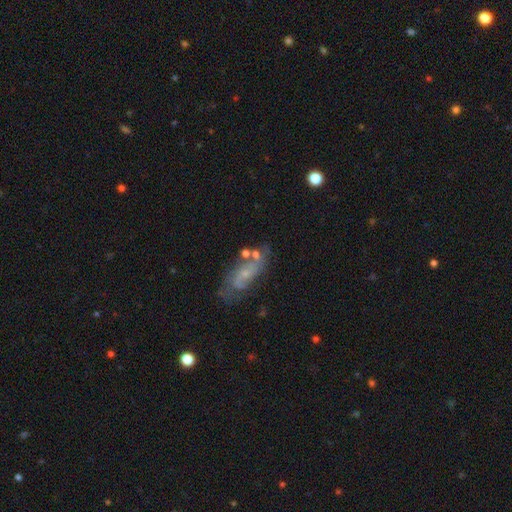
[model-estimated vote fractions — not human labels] Smooth or featured?
  - featured or disk: 68% *
  - smooth: 24%
  - star or artifact: 9%
Edge-on disk?
  - no: 91% *
  - yes: 9%
Bar?
  - no: 62% *
  - weak: 32%
  - strong: 6%
Spiral arms?
  - yes: 83% *
  - no: 17%
Spiral winding?
  - medium: 45% *
  - loose: 29%
  - tight: 26%
Spiral arm count?
  - 2: 66% *
  - can't tell: 21%
  - 3: 5%
  - 1: 4%
  - 4: 2%
  - more than 4: 2%
Bulge size?
  - small: 66% *
  - moderate: 22%
  - none: 9%
  - large: 2%
  - dominant: 1%
Merging?
  - none: 52% *
  - minor disturbance: 23%
  - major disturbance: 13%
  - merger: 12%